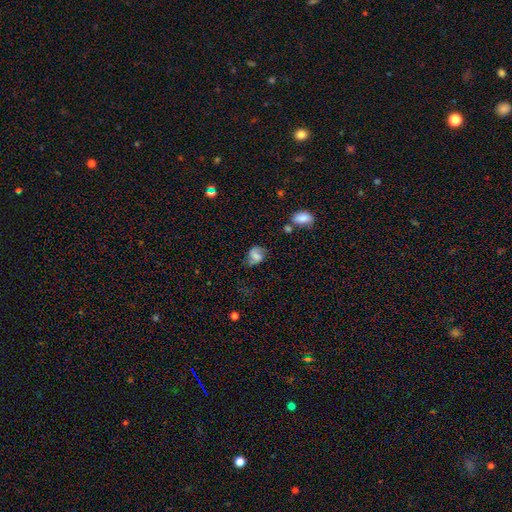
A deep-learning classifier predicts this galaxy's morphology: A smooth galaxy with no disk features (56%) that is in between round and cigar-shaped (52%). Merging: none (60%).